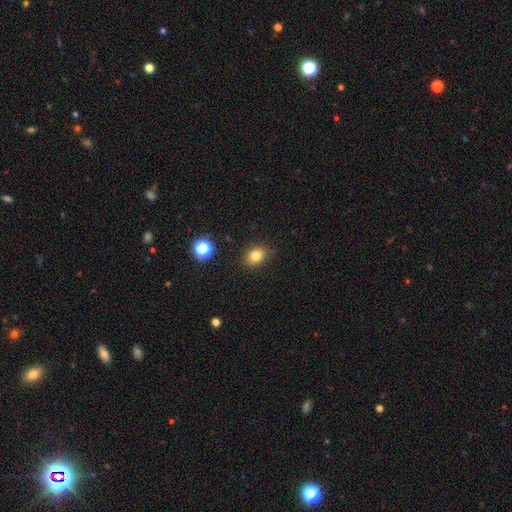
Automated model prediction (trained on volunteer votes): Smooth or featured? smooth (81%)
How rounded? in between (55%)
Merging? none (82%)